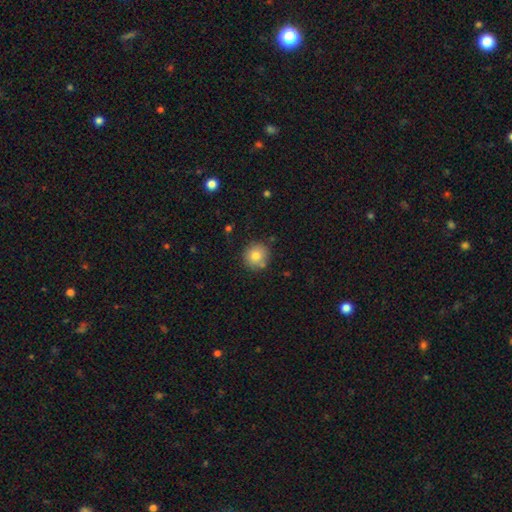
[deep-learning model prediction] This is clearly a smooth galaxy (80%). How rounded: clearly round (91%). Merging: clearly none (84%).